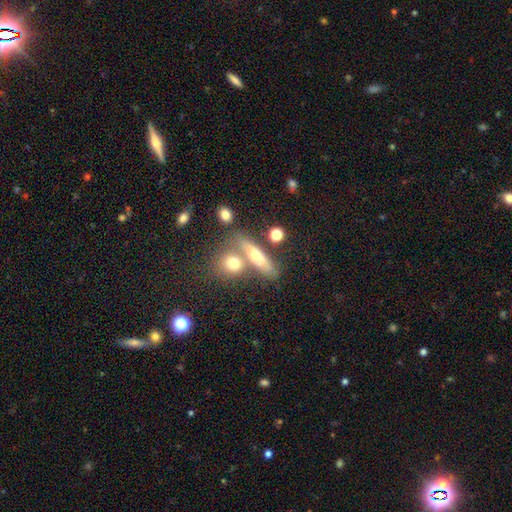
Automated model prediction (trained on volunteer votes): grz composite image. It shows a smooth galaxy with no disk features (53%) that is cigar-shaped (54%). Merging: none (53%).